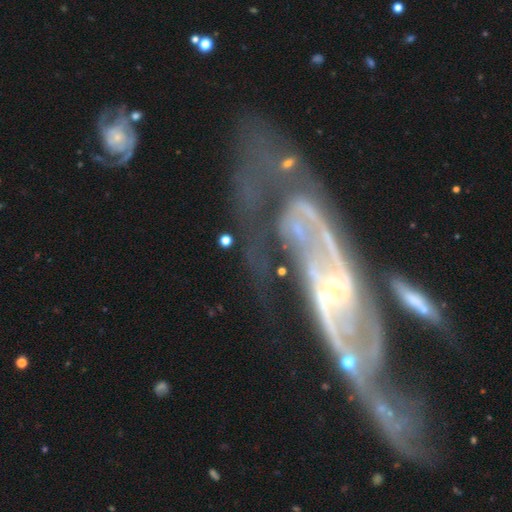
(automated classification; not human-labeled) Smooth or featured: featured or disk — 87% (star or artifact — 7%)
Edge-on disk: no — 87% (yes — 13%)
Bar: strong — 41% (weak — 36%)
Spiral arms: yes — 91% (no — 9%)
Spiral winding: loose — 42% (medium — 40%)
Spiral arm count: 2 — 84% (can't tell — 7%)
Bulge size: small — 50% (moderate — 22%)
Merging: none — 39% (major disturbance — 24%)